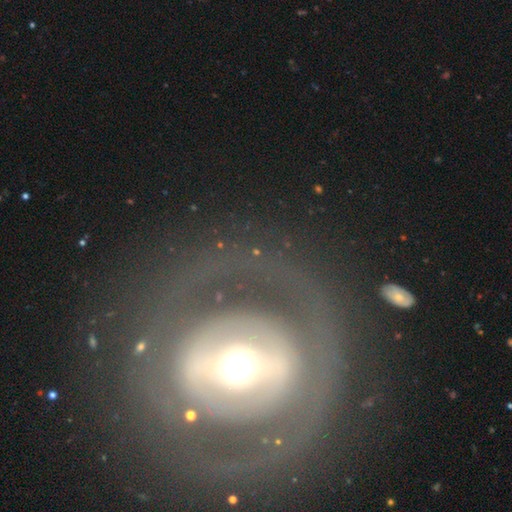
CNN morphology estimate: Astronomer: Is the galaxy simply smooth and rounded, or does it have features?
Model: featured or disk — 72%.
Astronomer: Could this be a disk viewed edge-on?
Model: no — 93%.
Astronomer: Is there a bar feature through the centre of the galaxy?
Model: strong — 43% (runner-up: no, 29%).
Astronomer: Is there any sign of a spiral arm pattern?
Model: no — 65%.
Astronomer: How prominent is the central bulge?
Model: moderate — 61%.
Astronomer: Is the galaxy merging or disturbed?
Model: none — 78%.